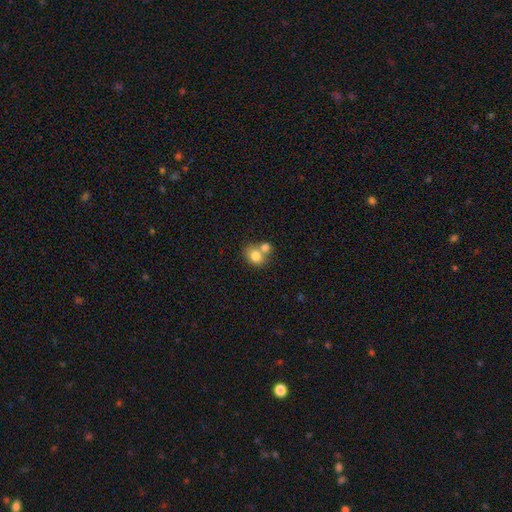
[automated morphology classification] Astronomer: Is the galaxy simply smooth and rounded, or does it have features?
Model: smooth — 78%.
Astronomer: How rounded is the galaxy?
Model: round — 55% (runner-up: in between, 44%).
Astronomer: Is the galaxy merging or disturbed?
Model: merger — 52% (runner-up: none, 36%).